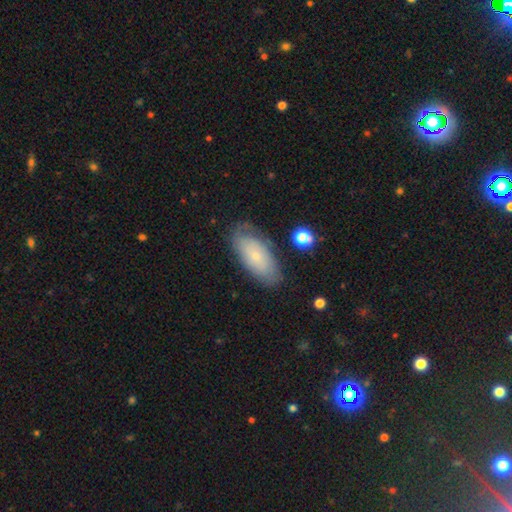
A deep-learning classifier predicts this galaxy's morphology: Q: Smooth or featured?
A: smooth (55%); runner-up: featured or disk (37%)
Q: How rounded?
A: in between (88%); runner-up: cigar-shaped (9%)
Q: Merging?
A: none (72%); runner-up: minor disturbance (20%)